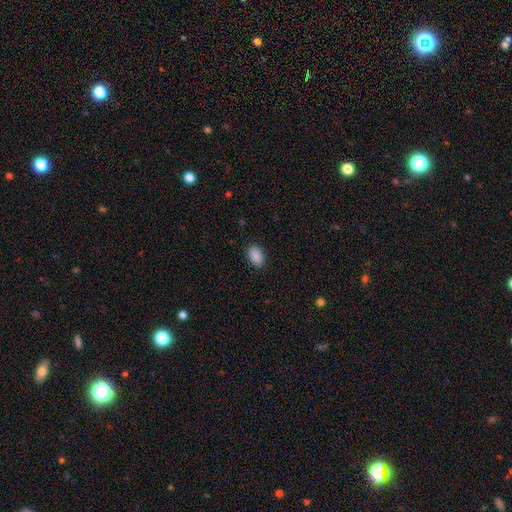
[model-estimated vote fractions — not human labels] This appears to be a smooth galaxy with no disk features (90%) that is in between round and cigar-shaped (91%). Merging: none (89%).